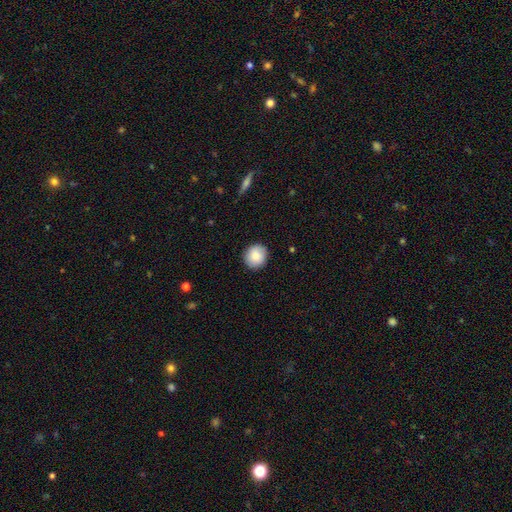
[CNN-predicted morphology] Overall: smooth (87%). How rounded: round (90%). Merging: none (89%).